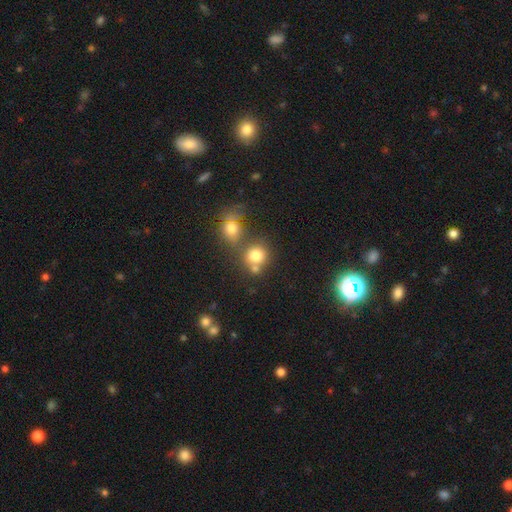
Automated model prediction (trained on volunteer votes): Morphology: type=smooth (77%); roundness=round (83%); merging=none (50%).